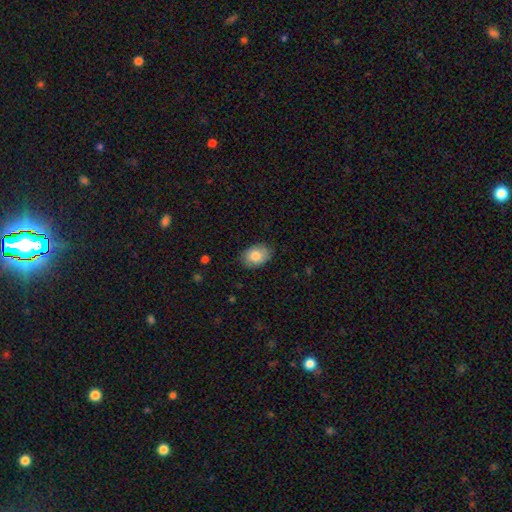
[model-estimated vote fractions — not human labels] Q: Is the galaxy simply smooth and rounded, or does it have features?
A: smooth — 84%.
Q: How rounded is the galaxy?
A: in between — 81%.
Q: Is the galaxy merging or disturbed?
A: none — 81%.